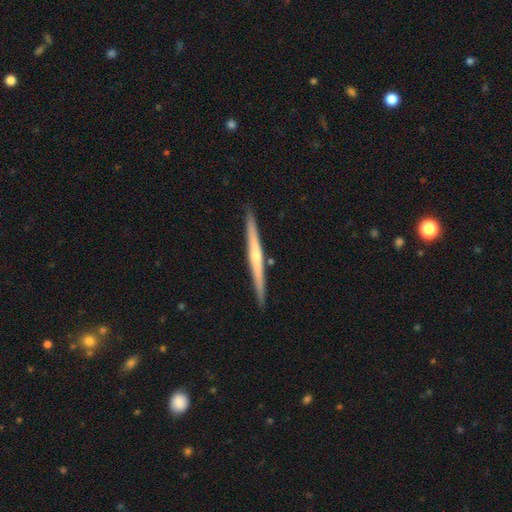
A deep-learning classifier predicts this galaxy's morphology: Smooth or featured: featured or disk — 67% (smooth — 28%)
Edge-on disk: yes — 98% (no — 2%)
Edge-on bulge: rounded — 59% (none — 37%)
Merging: none — 91% (minor disturbance — 6%)